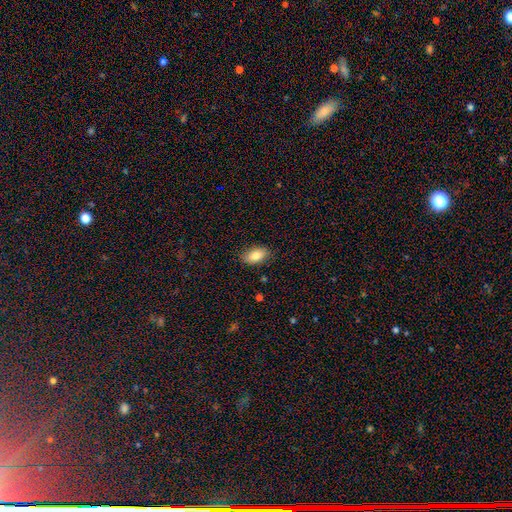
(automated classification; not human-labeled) Q: Smooth or featured?
A: smooth (82%); runner-up: featured or disk (11%)
Q: How rounded?
A: in between (91%); runner-up: round (6%)
Q: Merging?
A: none (84%); runner-up: minor disturbance (12%)